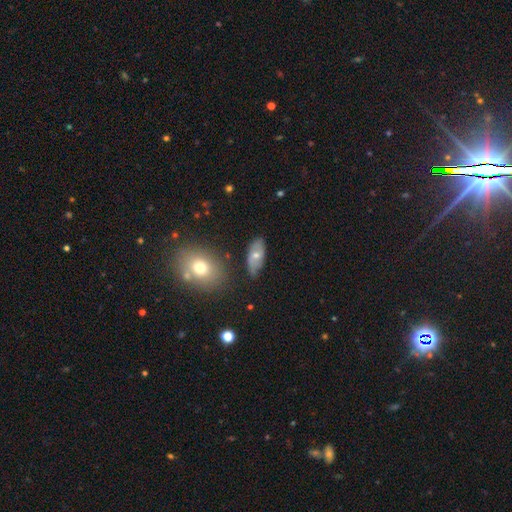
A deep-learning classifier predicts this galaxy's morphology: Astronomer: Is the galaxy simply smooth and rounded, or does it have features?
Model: smooth — 52% (runner-up: featured or disk, 40%).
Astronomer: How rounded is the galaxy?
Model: in between — 89%.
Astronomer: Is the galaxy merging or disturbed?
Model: none — 70%.